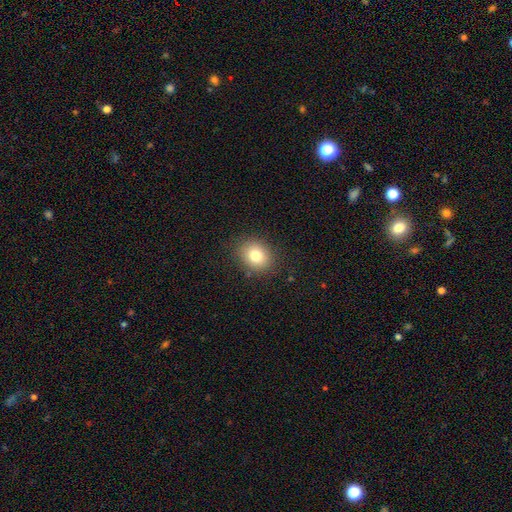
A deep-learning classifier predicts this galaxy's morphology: A smooth galaxy with no disk features (79%) that is round (58%). Merging: none (87%).